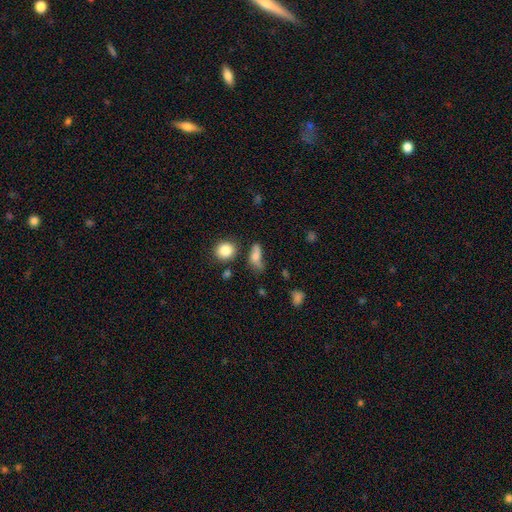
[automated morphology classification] A smooth galaxy with no disk features (69%) that is in between round and cigar-shaped (65%).

Vote fractions:
- Smooth or featured? smooth: 69% / featured or disk: 19% / star or artifact: 12%
- How rounded? in between: 65% / cigar-shaped: 17% / round: 17%
- Merging? none: 39% / minor disturbance: 27% / major disturbance: 22% / merger: 12%